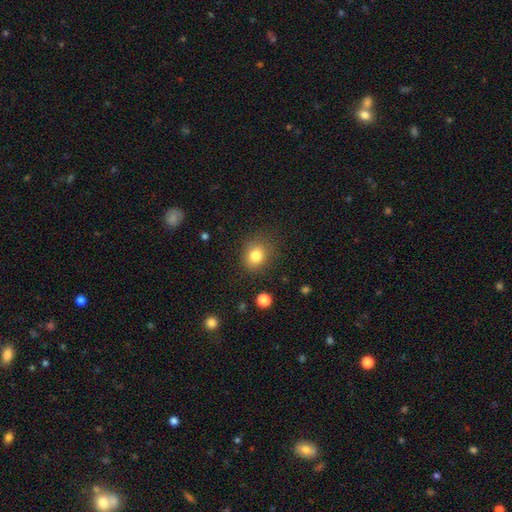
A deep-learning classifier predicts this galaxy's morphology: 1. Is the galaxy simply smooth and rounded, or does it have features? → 81% smooth, 11% star or artifact, 7% featured or disk.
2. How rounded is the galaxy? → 65% round, 34% in between, 1% cigar-shaped.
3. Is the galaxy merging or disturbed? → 81% none, 13% minor disturbance, 5% major disturbance, 2% merger.